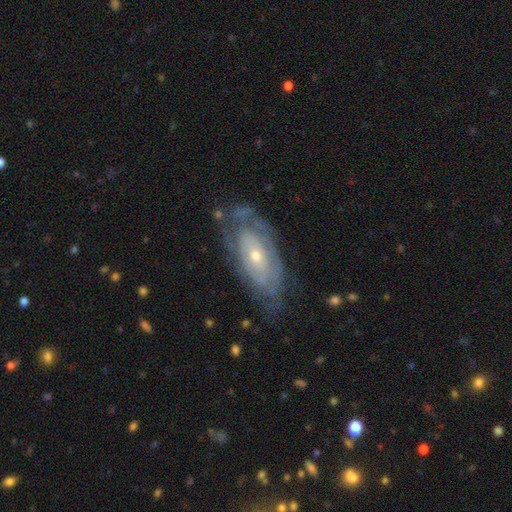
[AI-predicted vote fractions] A featured or disk galaxy (77%) with no bar (77%), tight (72%) spiral arms (75%) and a small central bulge (59%). Merging: none (68%).